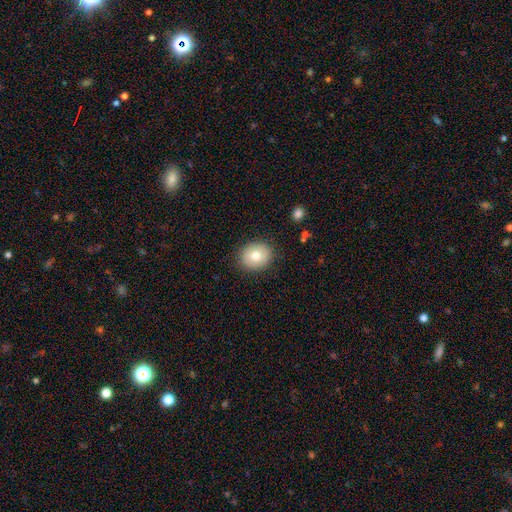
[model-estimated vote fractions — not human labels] Overall: smooth (76%). How rounded: round (65%; in between 34%). Merging: none (86%).